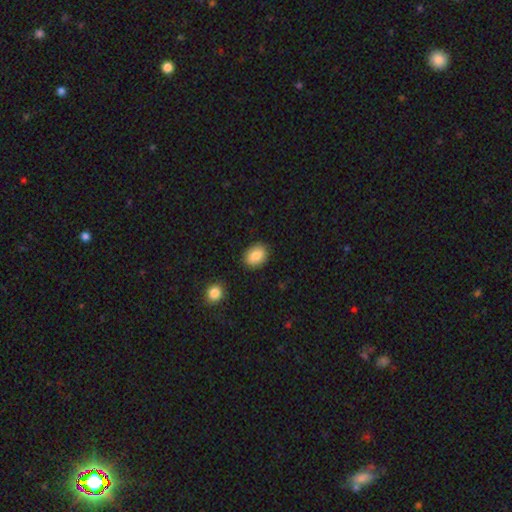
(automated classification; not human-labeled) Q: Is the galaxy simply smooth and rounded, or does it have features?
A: smooth — 86%.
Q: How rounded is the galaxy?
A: in between — 69%.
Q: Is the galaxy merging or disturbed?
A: none — 86%.